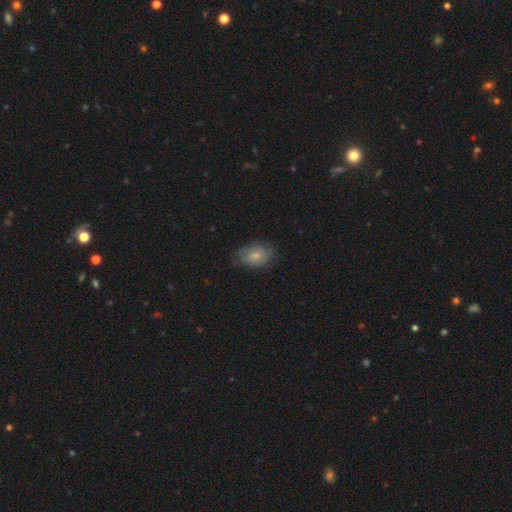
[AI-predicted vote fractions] smooth 77%, featured or disk 15%, star or artifact 7%. Down the decision tree: how rounded — in between (82%); merging — none (71%).